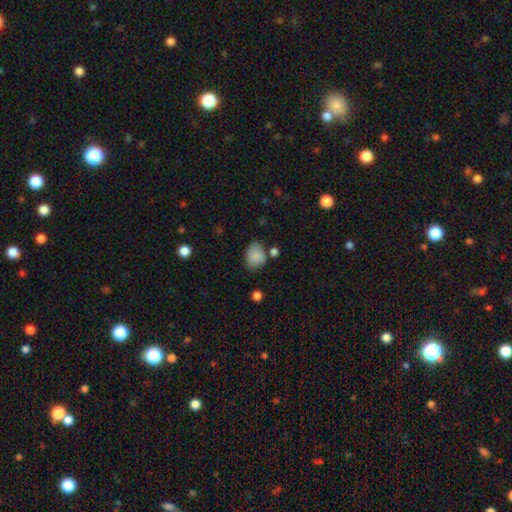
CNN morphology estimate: Smooth or featured?
  - smooth: 85% *
  - star or artifact: 9%
  - featured or disk: 7%
How rounded?
  - in between: 57% *
  - round: 42%
  - cigar-shaped: 1%
Merging?
  - none: 63% *
  - minor disturbance: 22%
  - merger: 9%
  - major disturbance: 6%